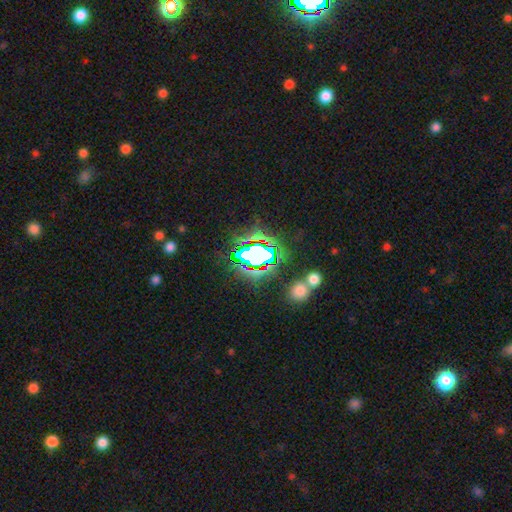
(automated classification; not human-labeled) Smooth or featured?
  - star or artifact: 65% *
  - smooth: 21%
  - featured or disk: 14%